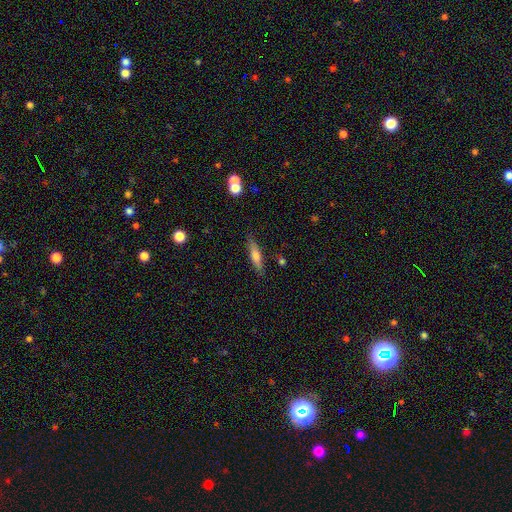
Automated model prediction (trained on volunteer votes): This is possibly a smooth galaxy (59%). How rounded: clearly cigar-shaped (80%). Merging: clearly none (85%).